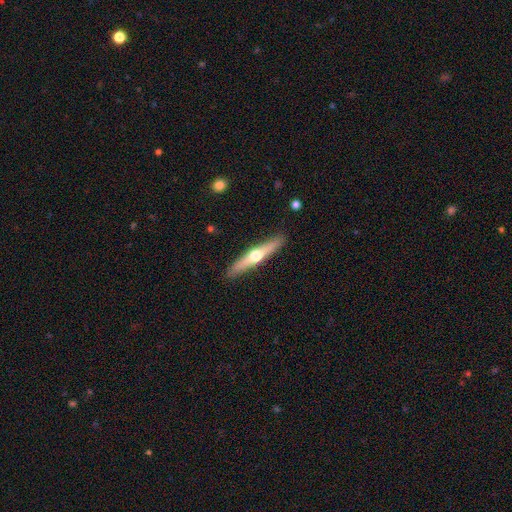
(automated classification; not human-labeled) A featured or disk galaxy (63%) viewed edge-on (96%) with a rounded central bulge (93%).

Vote fractions:
- Smooth or featured? featured or disk: 63% / smooth: 32% / star or artifact: 5%
- Edge-on disk? yes: 96% / no: 4%
- Edge-on bulge? rounded: 93% / none: 4% / boxy: 2%
- Merging? none: 91% / minor disturbance: 7% / major disturbance: 1% / merger: 1%